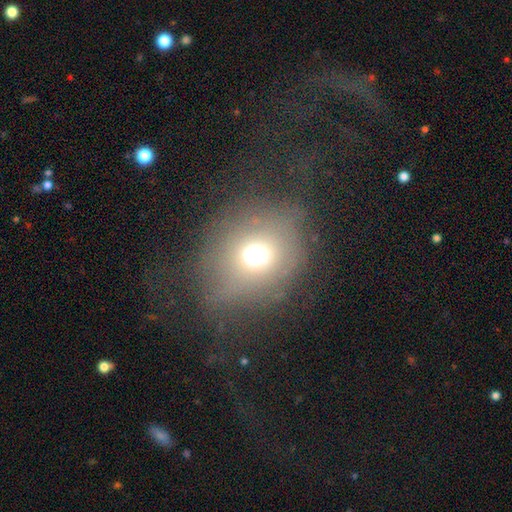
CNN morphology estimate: smooth 64%, featured or disk 20%, star or artifact 17%. Down the decision tree: how rounded — round (71%); merging — none (53%).